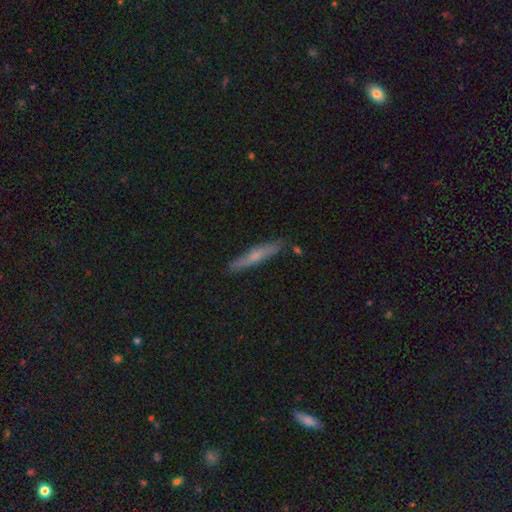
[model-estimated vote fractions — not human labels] This appears to be a smooth galaxy with no disk features (47%). Merging: none (85%).